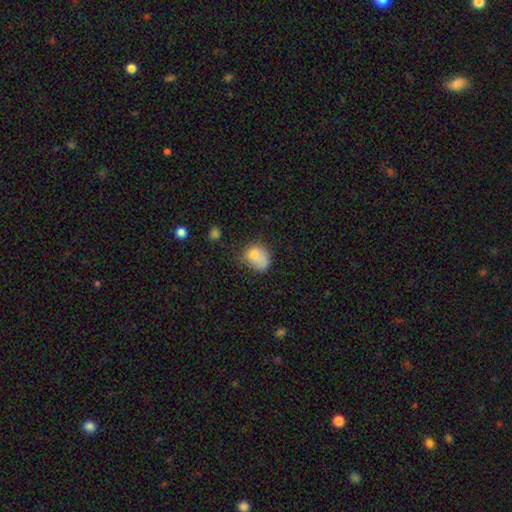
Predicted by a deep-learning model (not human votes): The model was most divided on "how rounded": in between: 50%, round: 49%, cigar-shaped: 1%. Remaining: smooth or featured — smooth (76%); merging — none (37%).